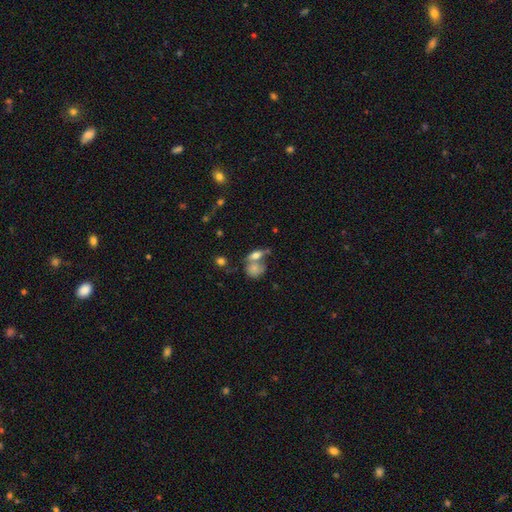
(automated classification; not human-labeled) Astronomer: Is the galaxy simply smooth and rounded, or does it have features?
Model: smooth — 61%.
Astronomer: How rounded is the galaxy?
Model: in between — 60%.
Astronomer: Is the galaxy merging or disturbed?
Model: merger — 43% (runner-up: none, 38%).